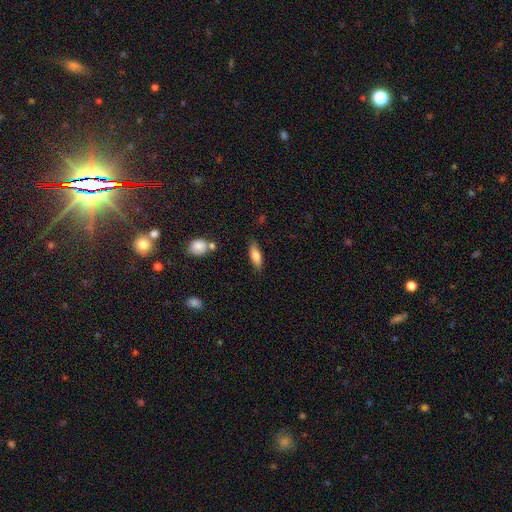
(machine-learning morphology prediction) This is likely a smooth galaxy (72%). How rounded: possibly in between (59%). Merging: clearly none (81%).